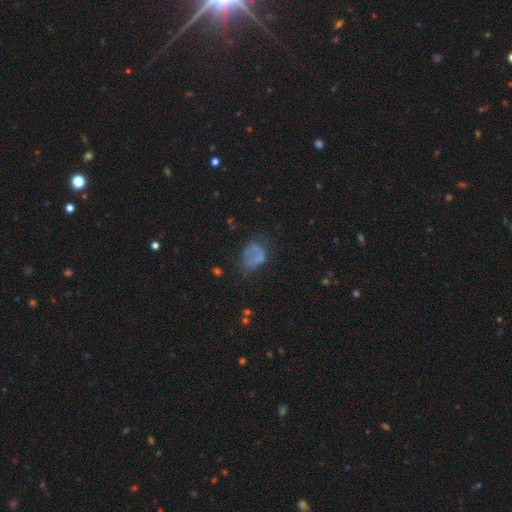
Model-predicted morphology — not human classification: Smooth or featured: smooth — 55% (featured or disk — 28%)
How rounded: in between — 65% (round — 33%)
Merging: none — 36% (major disturbance — 32%)